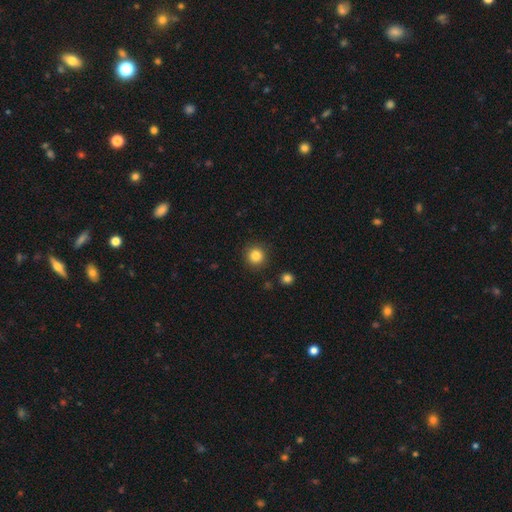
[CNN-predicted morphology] smooth-or-featured: smooth: 84% | star or artifact: 11% | featured or disk: 4%
  how-rounded: round: 94% | in between: 5% | cigar-shaped: 1%
  merging: none: 90% | minor disturbance: 6% | major disturbance: 2% | merger: 2%